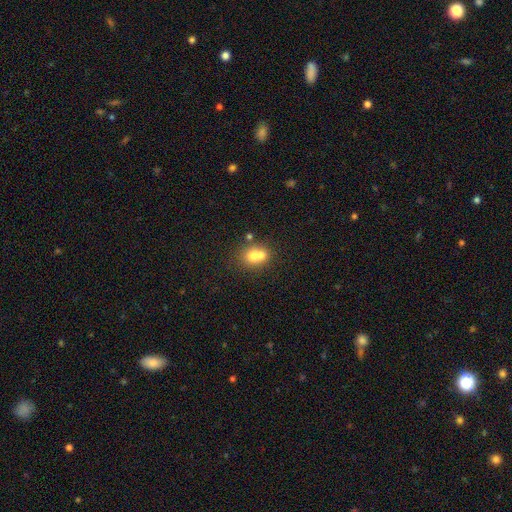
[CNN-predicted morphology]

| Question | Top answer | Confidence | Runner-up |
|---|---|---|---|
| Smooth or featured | smooth | 68% | featured or disk (20%) |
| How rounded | round | 59% | in between (40%) |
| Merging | merger | 56% | none (31%) |